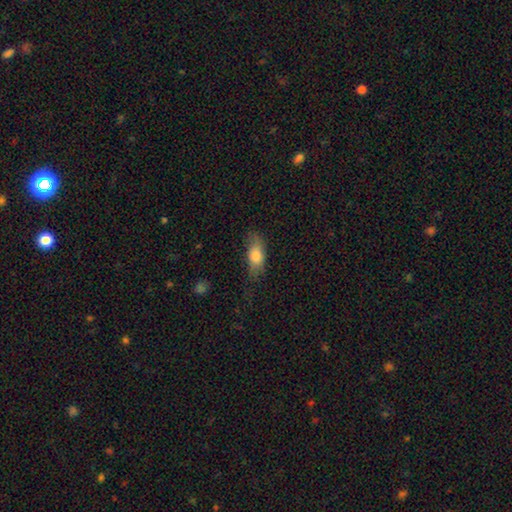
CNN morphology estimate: This appears to be a smooth galaxy with no disk features (79%) that is in between round and cigar-shaped (80%). Merging: none (68%).